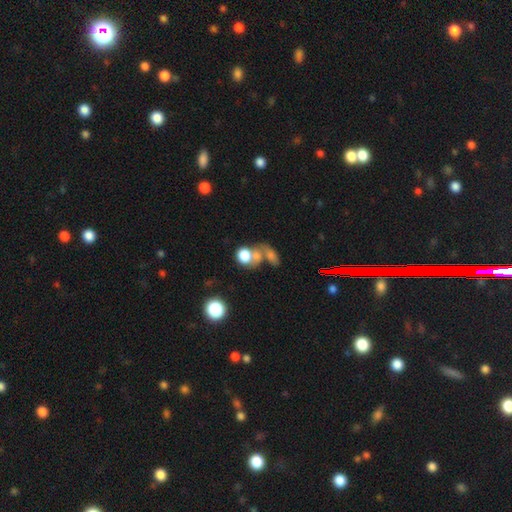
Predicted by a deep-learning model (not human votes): smooth-or-featured: smooth: 45% | star or artifact: 31% | featured or disk: 23%
  merging: merger: 40% | none: 36% | major disturbance: 13% | minor disturbance: 11%